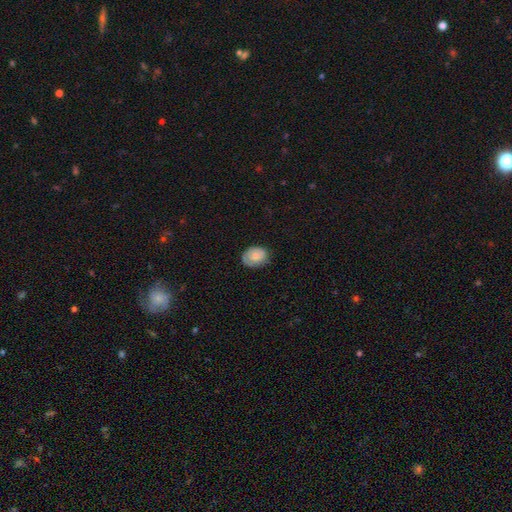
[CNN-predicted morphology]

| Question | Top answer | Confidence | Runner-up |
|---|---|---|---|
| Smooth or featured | smooth | 73% | featured or disk (20%) |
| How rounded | in between | 64% | round (35%) |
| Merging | none | 73% | minor disturbance (21%) |